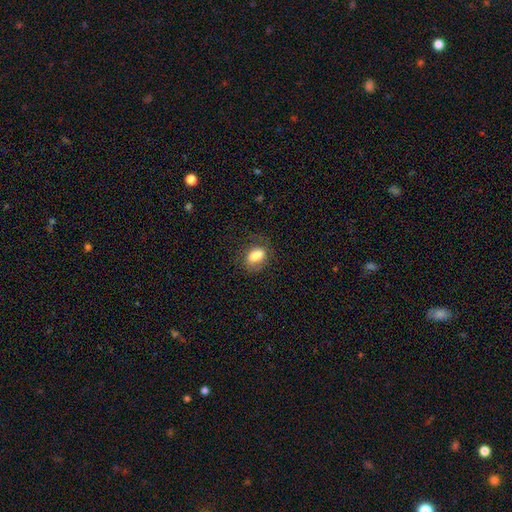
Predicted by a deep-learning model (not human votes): A smooth galaxy with no disk features (76%) that is in between round and cigar-shaped (79%).

Vote fractions:
- Smooth or featured? smooth: 76% / featured or disk: 16% / star or artifact: 9%
- How rounded? in between: 79% / round: 19% / cigar-shaped: 2%
- Merging? none: 66% / minor disturbance: 21% / major disturbance: 10% / merger: 4%